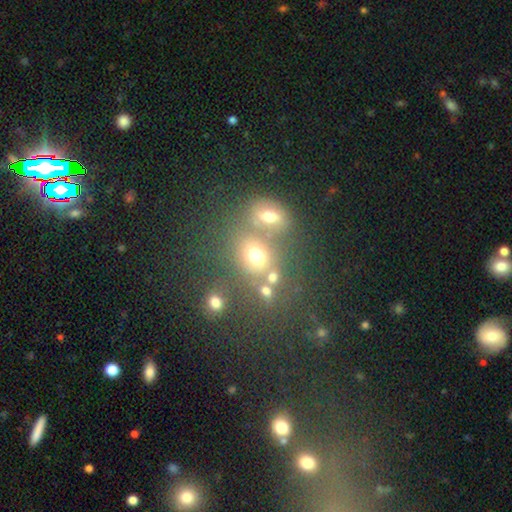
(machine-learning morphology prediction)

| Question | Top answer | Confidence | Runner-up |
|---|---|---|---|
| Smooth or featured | smooth | 68% | star or artifact (18%) |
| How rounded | round | 58% | in between (40%) |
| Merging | none | 46% | merger (35%) |